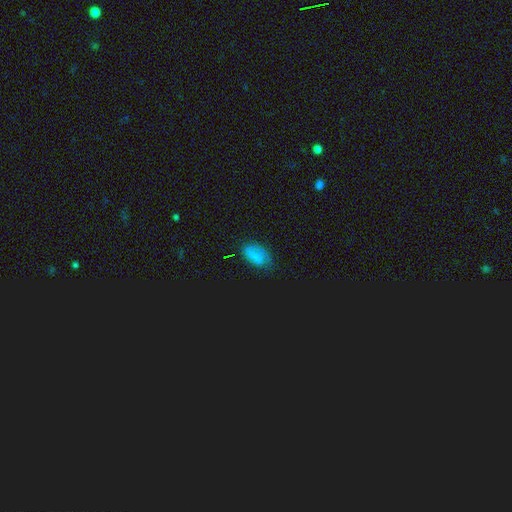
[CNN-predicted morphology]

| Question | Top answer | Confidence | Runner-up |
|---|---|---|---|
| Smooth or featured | smooth | 67% | star or artifact (18%) |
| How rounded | in between | 90% | round (6%) |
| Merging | none | 63% | minor disturbance (26%) |